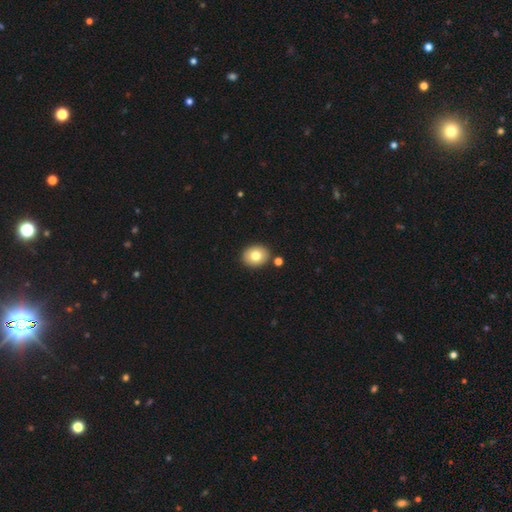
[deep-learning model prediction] Q: Smooth or featured?
A: smooth (79%); runner-up: featured or disk (13%)
Q: How rounded?
A: round (53%); runner-up: in between (46%)
Q: Merging?
A: none (86%); runner-up: minor disturbance (7%)